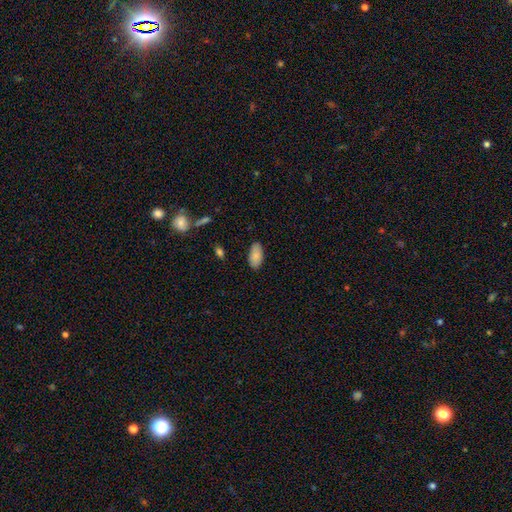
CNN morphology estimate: smooth-or-featured: smooth: 86% | featured or disk: 7% | star or artifact: 7%
  how-rounded: in between: 93% | cigar-shaped: 5% | round: 2%
  merging: none: 85% | minor disturbance: 12% | major disturbance: 2% | merger: 1%